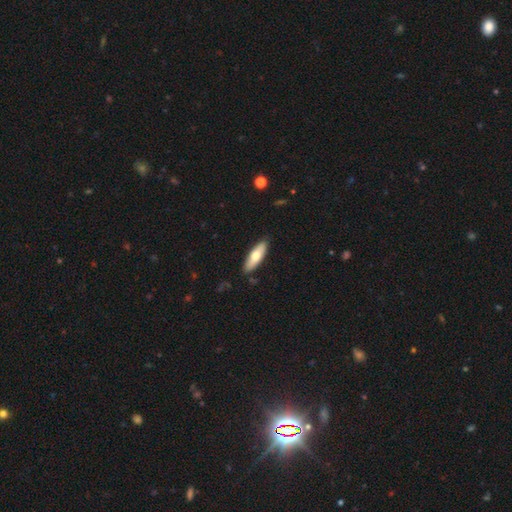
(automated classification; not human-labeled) Smooth or featured? Predicted: smooth (p=0.65). How rounded? Predicted: in between (p=0.52). Merging? Predicted: none (p=0.87).